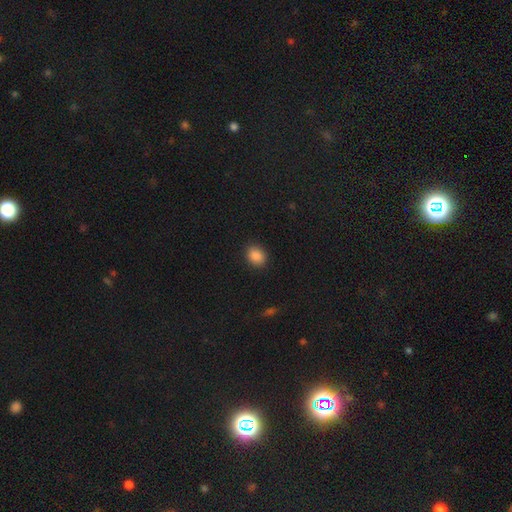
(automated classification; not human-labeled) A smooth galaxy with no disk features (87%) that is in between round and cigar-shaped (56%).

Vote fractions:
- Smooth or featured? smooth: 87% / star or artifact: 10% / featured or disk: 4%
- How rounded? in between: 56% / round: 43% / cigar-shaped: 1%
- Merging? none: 89% / minor disturbance: 7% / major disturbance: 2% / merger: 1%